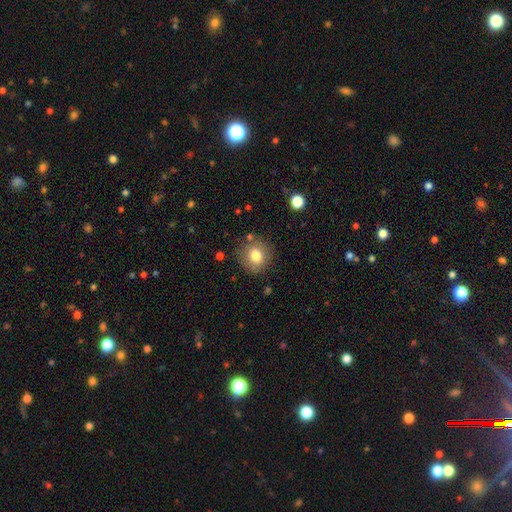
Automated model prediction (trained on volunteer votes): The model was most divided on "how rounded": round: 83%, in between: 16%, cigar-shaped: 1%. More confident: merging — none (82%); smooth or featured — smooth (79%).